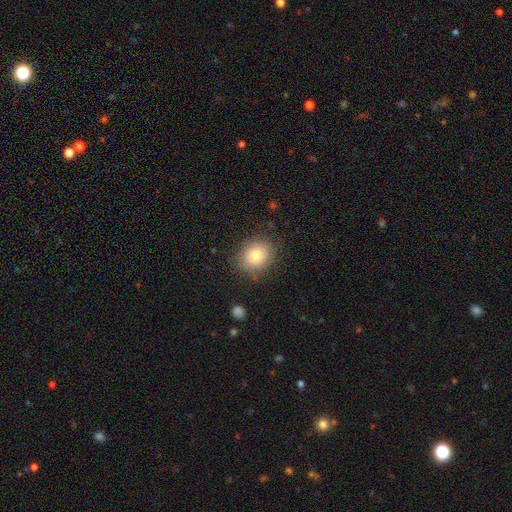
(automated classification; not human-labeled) Smooth or featured?
  - smooth: 77% *
  - featured or disk: 13%
  - star or artifact: 10%
How rounded?
  - round: 62% *
  - in between: 37%
  - cigar-shaped: 1%
Merging?
  - none: 83% *
  - minor disturbance: 12%
  - major disturbance: 4%
  - merger: 1%